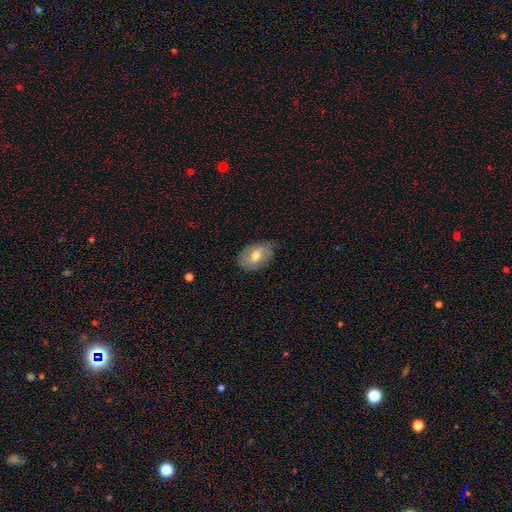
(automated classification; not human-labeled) smooth 57%, featured or disk 35%, star or artifact 7%. Down the decision tree: how rounded — in between (83%); merging — none (77%).